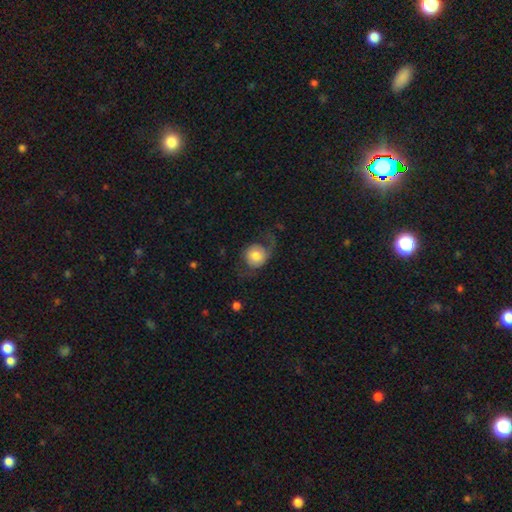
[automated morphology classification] This is possibly a smooth galaxy (51%). How rounded: likely round (78%). Merging: marginally none (43%).